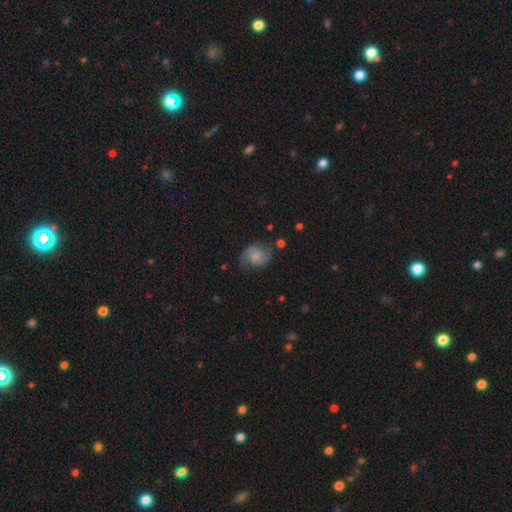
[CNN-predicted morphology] A featured or disk galaxy (60%) with no bar (59%), 2 (85%) medium (48%) spiral arms (91%) and a small central bulge (37%). Merging: none (67%).